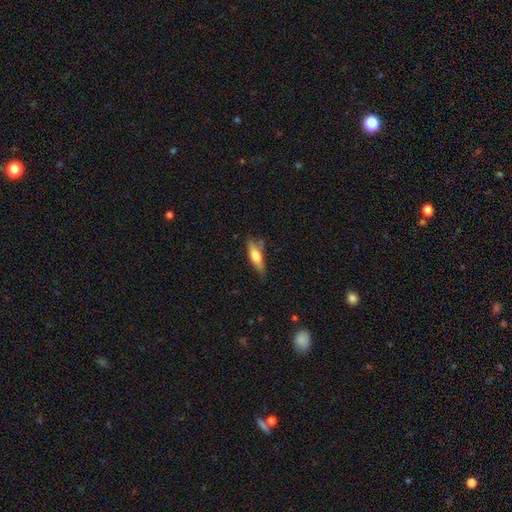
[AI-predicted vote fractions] Smooth or featured? smooth (53%)
How rounded? cigar-shaped (61%)
Merging? none (62%)